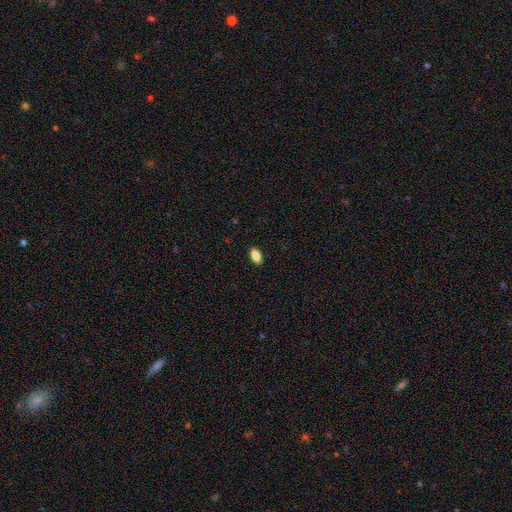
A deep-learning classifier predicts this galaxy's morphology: This appears to be a smooth galaxy with no disk features (86%) that is in between round and cigar-shaped (90%). Merging: none (89%).